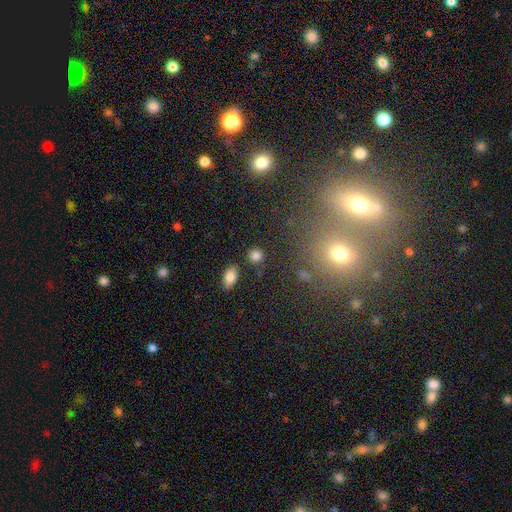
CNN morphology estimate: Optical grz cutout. It shows a smooth galaxy with no disk features (84%) that is round (77%). Merging: none (82%).